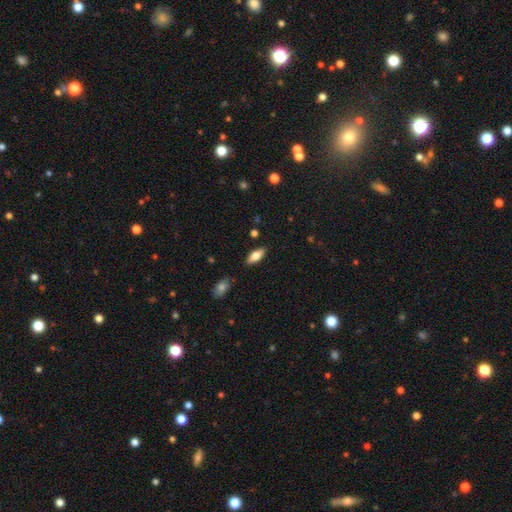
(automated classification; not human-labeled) Smooth or featured? smooth (71%)
How rounded? in between (79%)
Merging? none (85%)